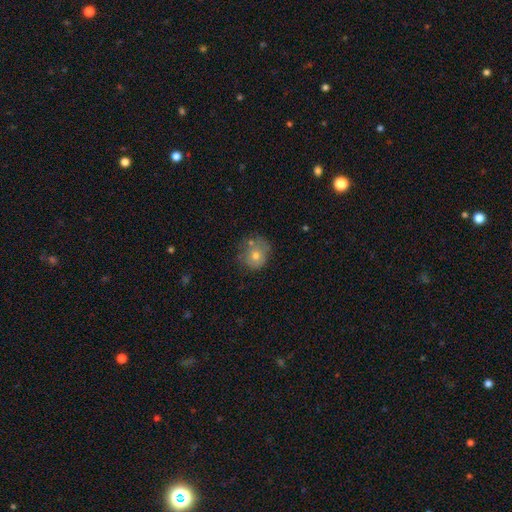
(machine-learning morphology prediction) Q: Smooth or featured?
A: smooth (65%); runner-up: featured or disk (24%)
Q: How rounded?
A: round (81%); runner-up: in between (18%)
Q: Merging?
A: none (55%); runner-up: minor disturbance (26%)